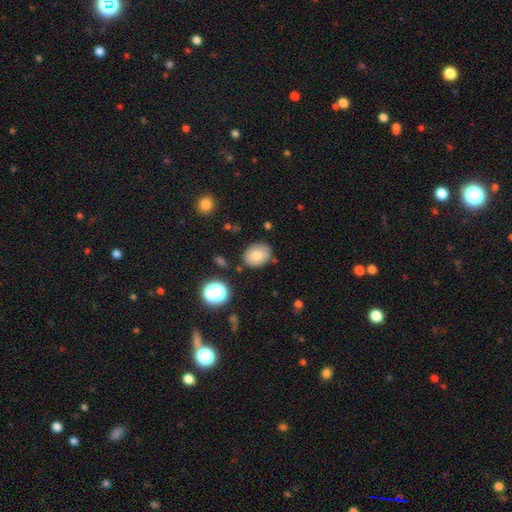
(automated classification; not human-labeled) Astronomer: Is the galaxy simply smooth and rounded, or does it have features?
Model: smooth — 78%.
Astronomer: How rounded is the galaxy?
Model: in between — 61% (runner-up: round, 38%).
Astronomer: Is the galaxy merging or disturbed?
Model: none — 81%.